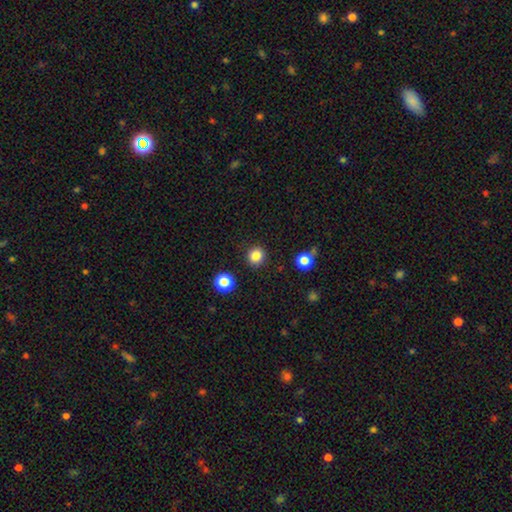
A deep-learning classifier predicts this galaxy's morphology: Q: Smooth or featured?
A: smooth (85%); runner-up: star or artifact (11%)
Q: How rounded?
A: round (87%); runner-up: in between (12%)
Q: Merging?
A: none (90%); runner-up: minor disturbance (6%)